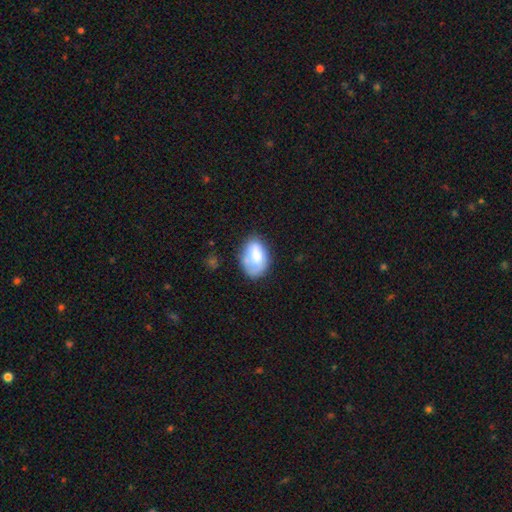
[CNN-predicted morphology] Smooth or featured? Predicted: smooth (p=0.73). How rounded? Predicted: in between (p=0.87). Merging? Predicted: none (p=0.58).